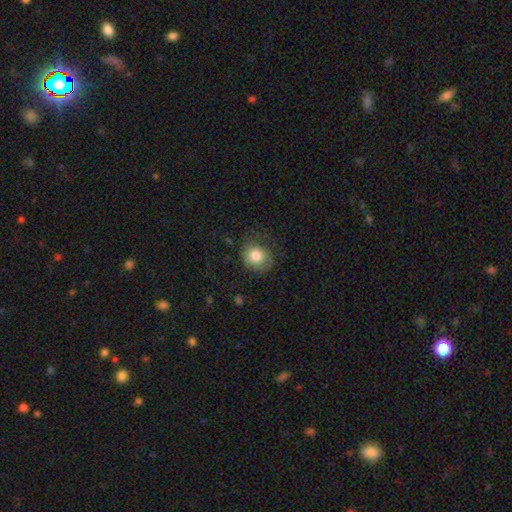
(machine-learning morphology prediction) Smooth or featured: smooth — 82% (featured or disk — 10%)
How rounded: round — 78% (in between — 21%)
Merging: none — 65% (minor disturbance — 23%)